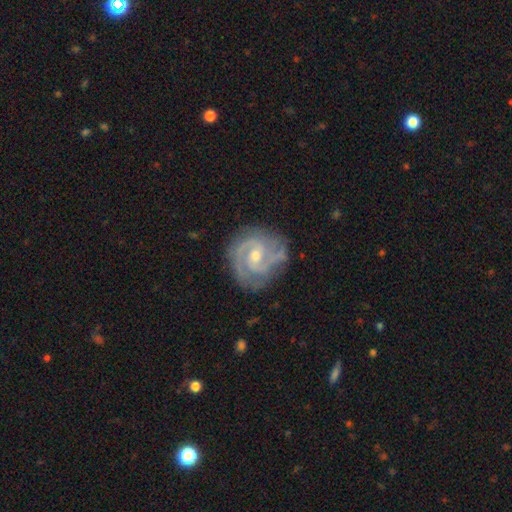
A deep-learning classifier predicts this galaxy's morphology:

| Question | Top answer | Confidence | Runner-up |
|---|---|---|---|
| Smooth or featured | featured or disk | 90% | smooth (6%) |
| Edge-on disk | no | 98% | yes (2%) |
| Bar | weak | 48% | no (42%) |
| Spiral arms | yes | 98% | no (2%) |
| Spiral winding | tight | 50% | medium (43%) |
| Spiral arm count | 2 | 62% | 3 (20%) |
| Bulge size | moderate | 56% | small (40%) |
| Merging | none | 74% | minor disturbance (18%) |